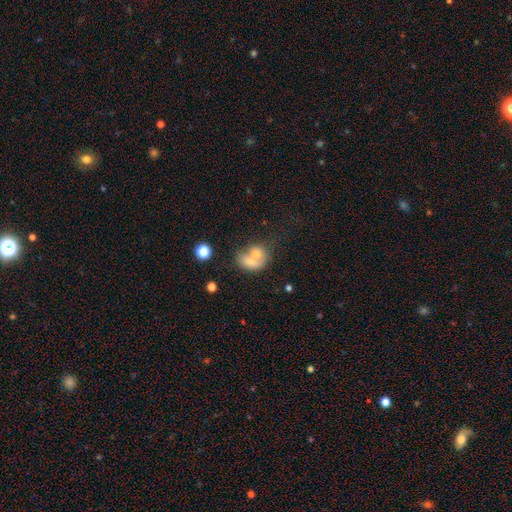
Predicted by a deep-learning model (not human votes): A smooth galaxy with no disk features (68%) that is in between round and cigar-shaped (55%). Merging: merger (63%).